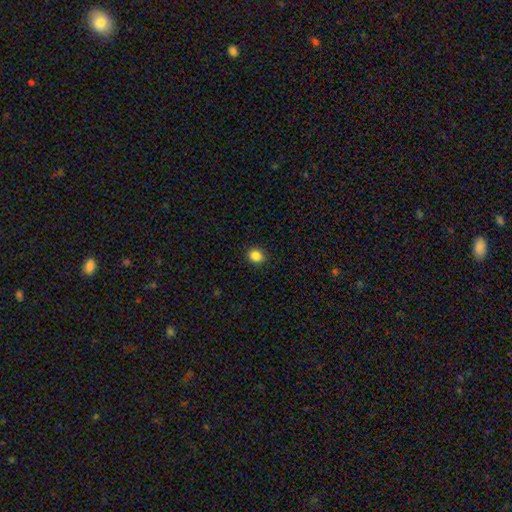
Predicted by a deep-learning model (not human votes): Smooth or featured?
  - smooth: 86% *
  - star or artifact: 11%
  - featured or disk: 3%
How rounded?
  - round: 69% *
  - in between: 30%
  - cigar-shaped: 1%
Merging?
  - none: 91% *
  - minor disturbance: 6%
  - major disturbance: 2%
  - merger: 1%